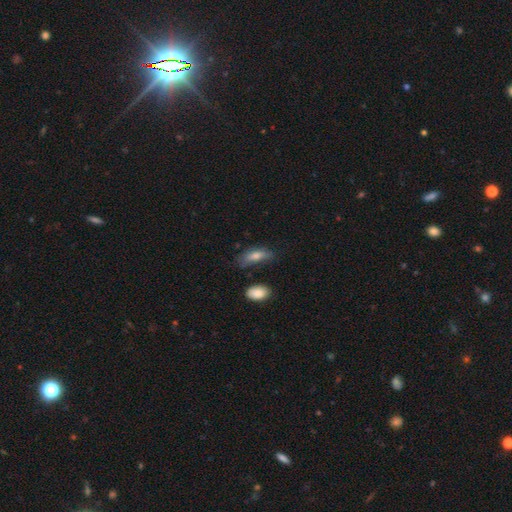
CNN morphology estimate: A smooth galaxy with no disk features (70%) that is in between round and cigar-shaped (70%). Merging: none (54%).